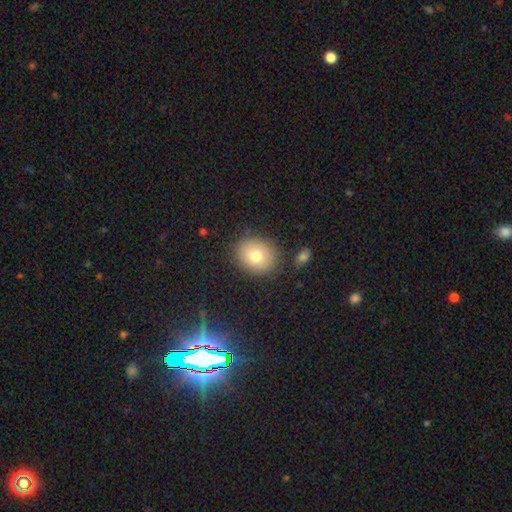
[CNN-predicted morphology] smooth-or-featured: smooth: 76% | featured or disk: 13% | star or artifact: 11%
  how-rounded: round: 70% | in between: 29% | cigar-shaped: 1%
  merging: none: 86% | minor disturbance: 9% | major disturbance: 3% | merger: 2%